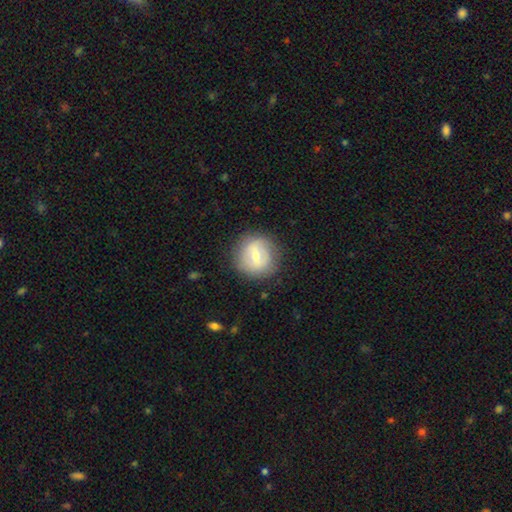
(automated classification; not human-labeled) This is possibly a featured or disk galaxy (51%). It is clearly not viewed edge-on (93%). Merging: clearly none (80%).